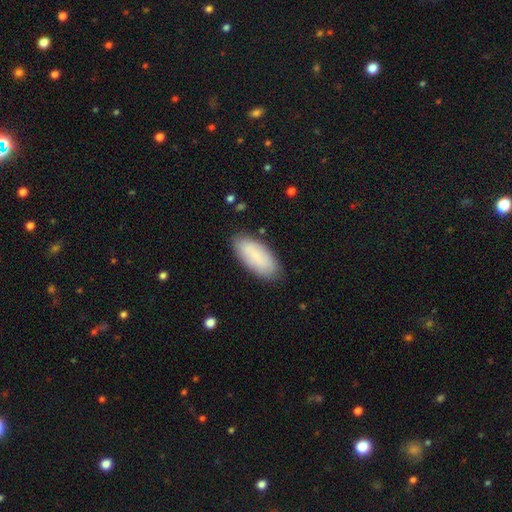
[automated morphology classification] Smooth or featured: smooth — 85% (featured or disk — 9%)
How rounded: in between — 89% (cigar-shaped — 9%)
Merging: none — 84% (minor disturbance — 12%)